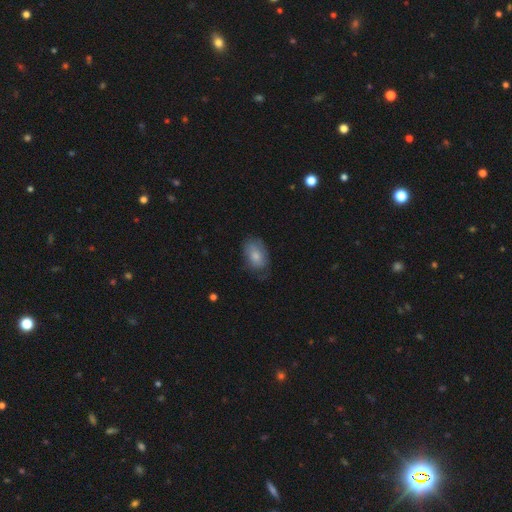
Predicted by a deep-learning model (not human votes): A smooth galaxy with no disk features (75%) that is in between round and cigar-shaped (86%). Merging: none (63%).